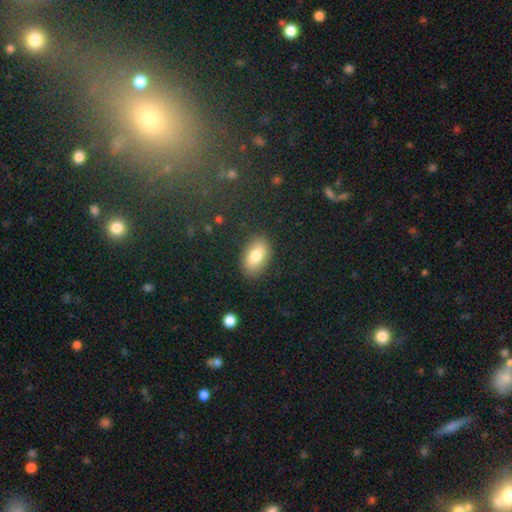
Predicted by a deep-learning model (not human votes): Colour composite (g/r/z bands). It shows a smooth galaxy with no disk features (77%) that is in between round and cigar-shaped (91%). Merging: none (85%).